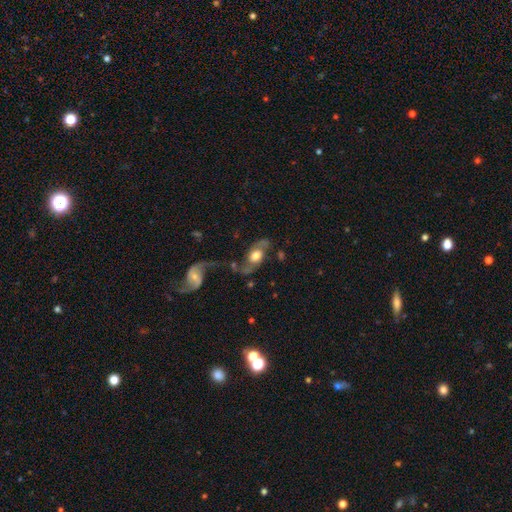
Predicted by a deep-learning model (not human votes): Smooth or featured? featured or disk (67%)
Edge-on disk? no (91%)
Bar? no (70%)
Spiral arms? yes (82%)
Spiral winding? loose (59%)
Spiral arm count? 2 (86%)
Bulge size? moderate (45%)
Merging? none (40%)